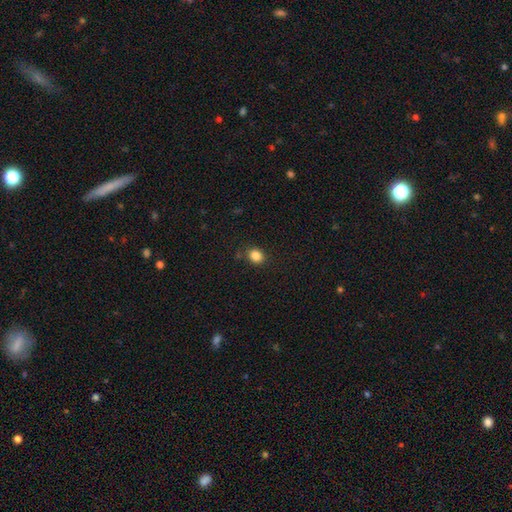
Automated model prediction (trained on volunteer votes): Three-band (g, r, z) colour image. It shows a smooth galaxy with no disk features (84%) that is round (66%). Merging: none (83%).